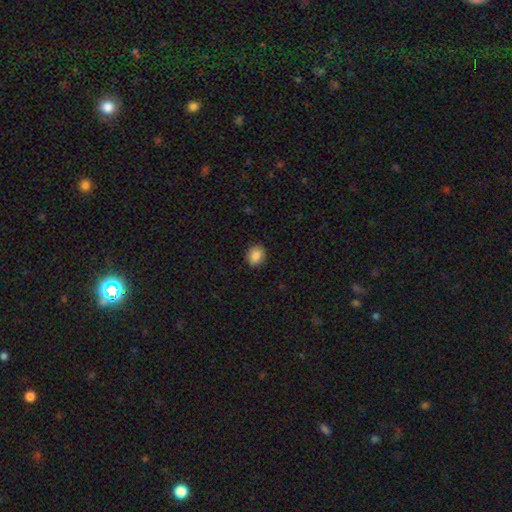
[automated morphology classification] Smooth or featured? Predicted: smooth (p=0.88). How rounded? Predicted: round (p=0.66). Merging? Predicted: none (p=0.90).